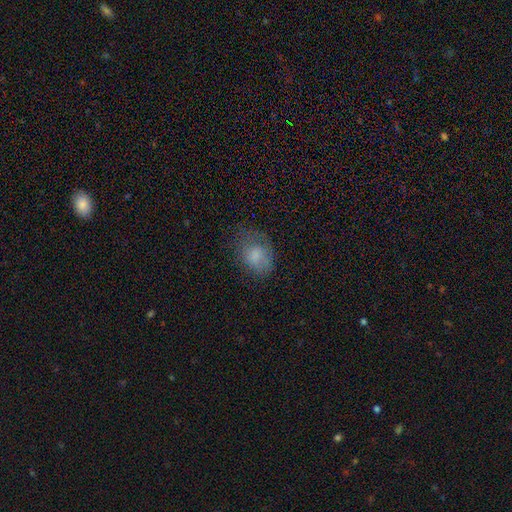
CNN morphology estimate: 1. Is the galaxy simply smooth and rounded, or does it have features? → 75% smooth, 14% featured or disk, 10% star or artifact.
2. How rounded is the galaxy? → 66% in between, 33% round, 1% cigar-shaped.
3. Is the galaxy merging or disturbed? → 51% none, 29% minor disturbance, 19% major disturbance, 2% merger.